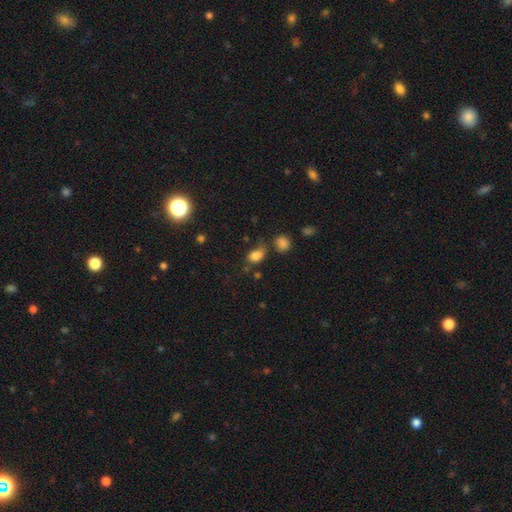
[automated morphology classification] Smooth or featured? Predicted: smooth (p=0.79). How rounded? Predicted: in between (p=0.70). Merging? Predicted: none (p=0.55).